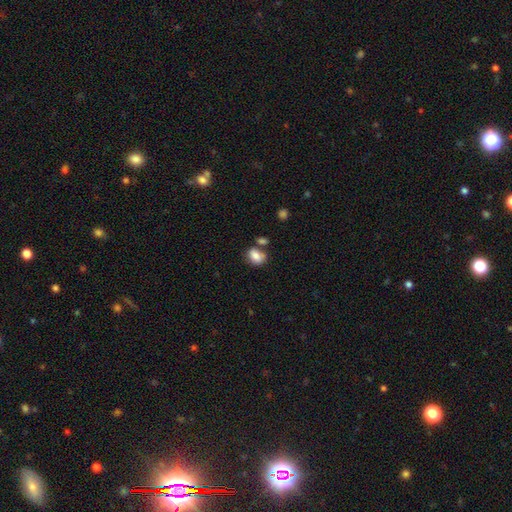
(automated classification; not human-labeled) A smooth galaxy with no disk features (81%) that is in between round and cigar-shaped (65%). Merging: none (51%).